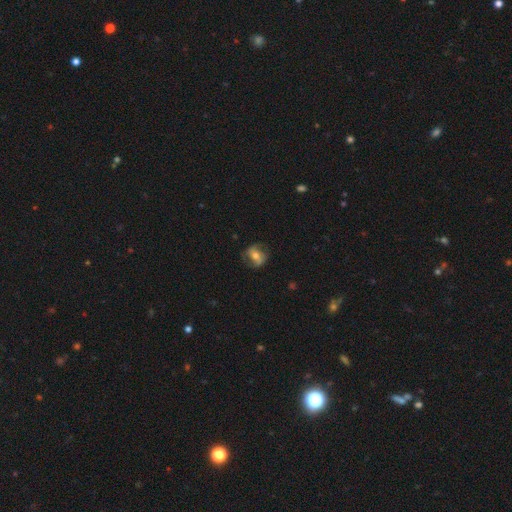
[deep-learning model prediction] Smooth or featured?
  - featured or disk: 54% *
  - smooth: 37%
  - star or artifact: 8%
Edge-on disk?
  - no: 94% *
  - yes: 6%
Bar?
  - no: 35% * (tied)
  - weak: 35% * (tied)
  - strong: 30%
Spiral arms?
  - yes: 70% *
  - no: 30%
Bulge size?
  - moderate: 66% *
  - small: 23%
  - large: 7%
  - none: 2%
  - dominant: 1%
Merging?
  - none: 72% *
  - minor disturbance: 18%
  - major disturbance: 9%
  - merger: 1%